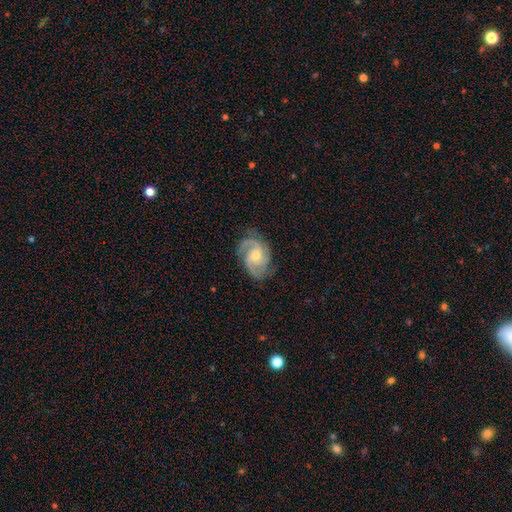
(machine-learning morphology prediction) This is clearly a featured or disk galaxy (91%). It is clearly not viewed edge-on (98%). Bar: likely no (66%). Spiral arm pattern: clearly yes (98%). Spiral arm count: possibly 3 (51%). Spiral winding: possibly medium (49%). Central bulge: possibly small (53%). Merging: likely none (76%).